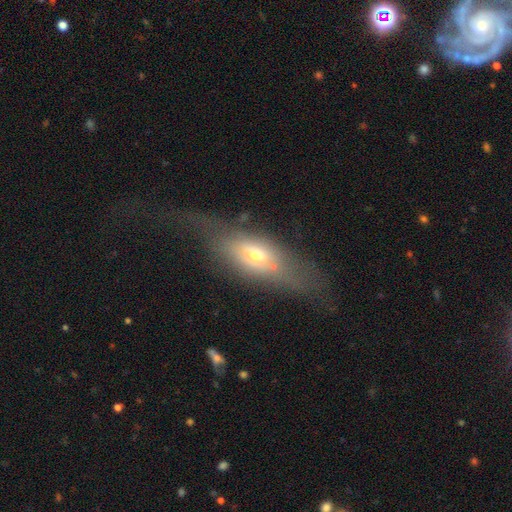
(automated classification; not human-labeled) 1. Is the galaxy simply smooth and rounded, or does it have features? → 47% featured or disk, 42% smooth, 10% star or artifact.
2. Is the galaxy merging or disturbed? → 43% none, 32% major disturbance, 21% minor disturbance, 4% merger.